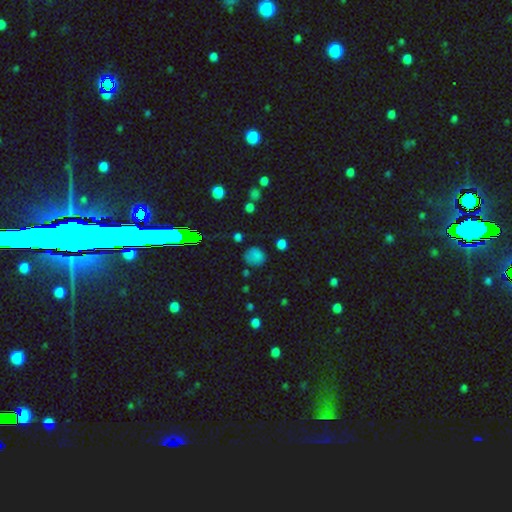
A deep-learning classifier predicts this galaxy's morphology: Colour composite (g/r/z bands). It shows a smooth galaxy with no disk features (71%) that is round (75%). Merging: none (72%).